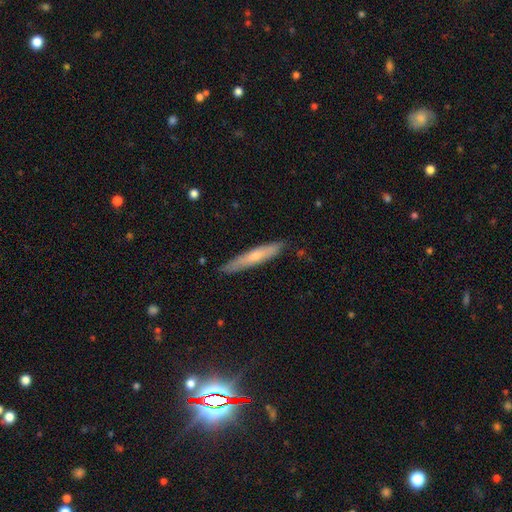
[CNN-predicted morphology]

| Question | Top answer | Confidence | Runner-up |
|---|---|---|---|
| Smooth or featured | smooth | 57% | featured or disk (38%) |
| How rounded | cigar-shaped | 93% | in between (6%) |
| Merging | none | 84% | minor disturbance (12%) |